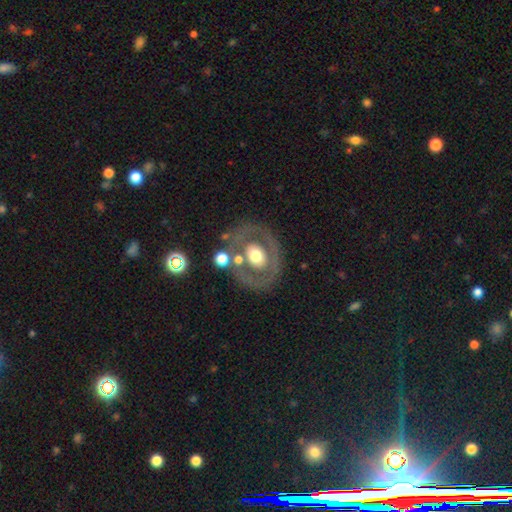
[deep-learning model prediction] A featured or disk galaxy (56%) with no bar (87%), no spiral arms (89%) and a moderate central bulge (58%).

Vote fractions:
- Smooth or featured? featured or disk: 56% / smooth: 36% / star or artifact: 7%
- Edge-on disk? no: 94% / yes: 6%
- Bar? no: 87% / weak: 9% / strong: 4%
- Spiral arms? no: 89% / yes: 11%
- Bulge size? moderate: 58% / large: 32% / small: 6% / dominant: 3% / none: 1%
- Merging? none: 69% / minor disturbance: 14% / major disturbance: 9% / merger: 8%